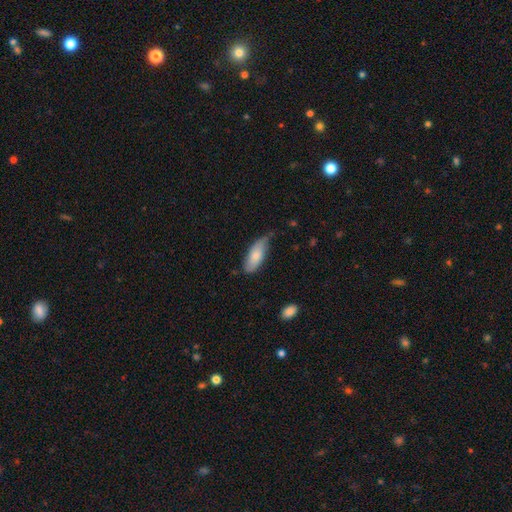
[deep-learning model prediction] A smooth galaxy with no disk features (76%) that is in between round and cigar-shaped (80%). Merging: none (49%).